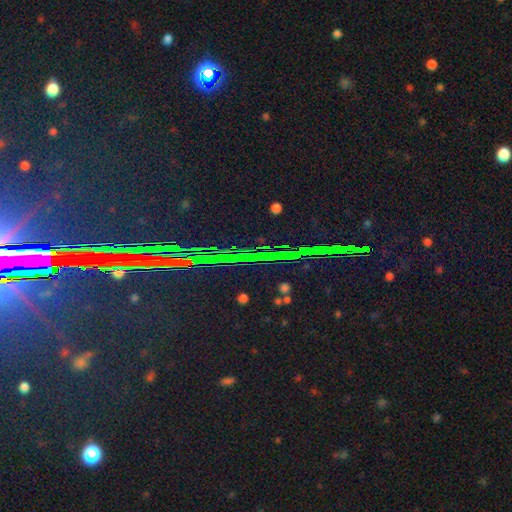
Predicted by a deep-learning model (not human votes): This is clearly a star or artifact rather than a galaxy (85%).